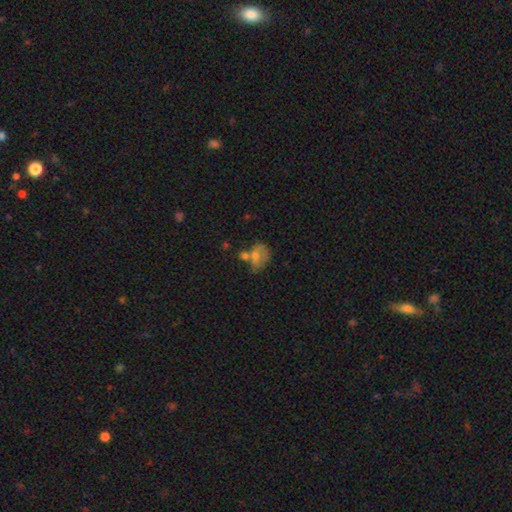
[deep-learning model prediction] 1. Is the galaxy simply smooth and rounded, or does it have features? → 58% smooth, 30% featured or disk, 12% star or artifact.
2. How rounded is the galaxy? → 59% in between, 39% round, 1% cigar-shaped.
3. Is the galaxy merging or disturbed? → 32% merger, 31% none, 21% minor disturbance, 16% major disturbance.